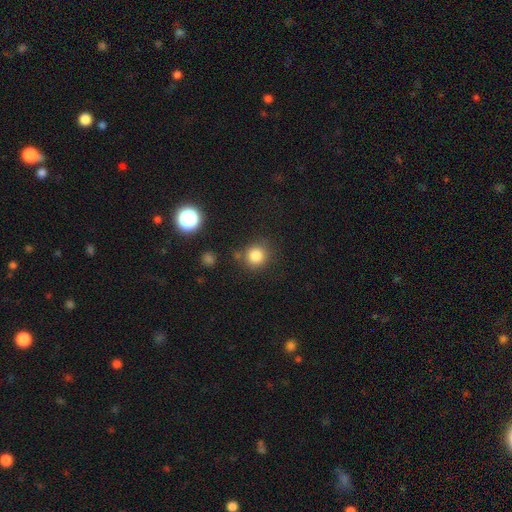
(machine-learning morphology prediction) smooth_or_featured: smooth (p=0.82) [alt: star or artifact p=0.12]
how_rounded: round (p=0.89) [alt: in between p=0.10]
merging: none (p=0.79) [alt: minor disturbance p=0.11]